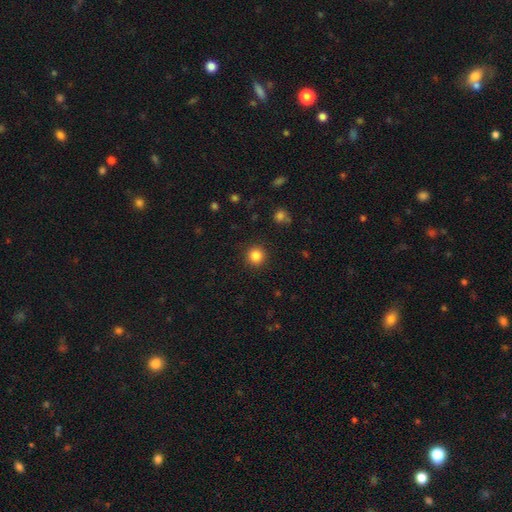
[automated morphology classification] Smooth or featured?
  - smooth: 84% *
  - star or artifact: 11%
  - featured or disk: 4%
How rounded?
  - round: 94% *
  - in between: 5%
  - cigar-shaped: 1%
Merging?
  - none: 91% *
  - minor disturbance: 6%
  - major disturbance: 2%
  - merger: 1%